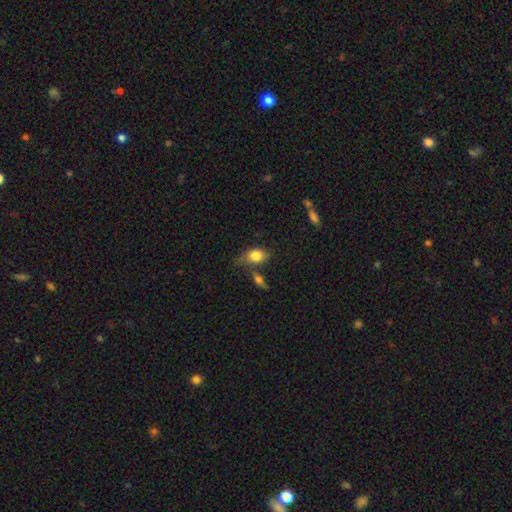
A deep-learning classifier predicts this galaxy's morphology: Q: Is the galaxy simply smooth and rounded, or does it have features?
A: smooth — 82%.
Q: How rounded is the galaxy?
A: in between — 75%.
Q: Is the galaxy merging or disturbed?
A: none — 47%.